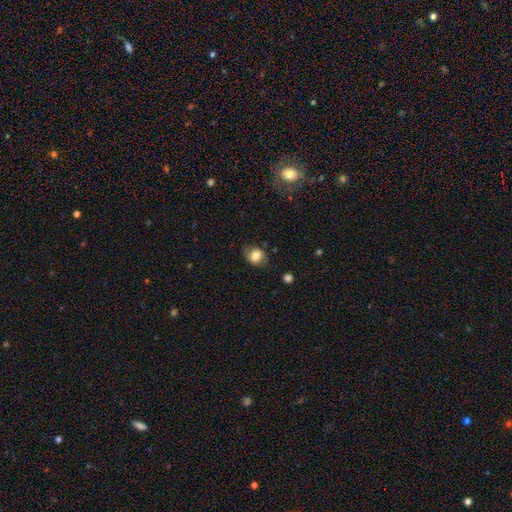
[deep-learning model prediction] Smooth or featured? Predicted: smooth (p=0.79). How rounded? Predicted: round (p=0.51). Merging? Predicted: none (p=0.75).